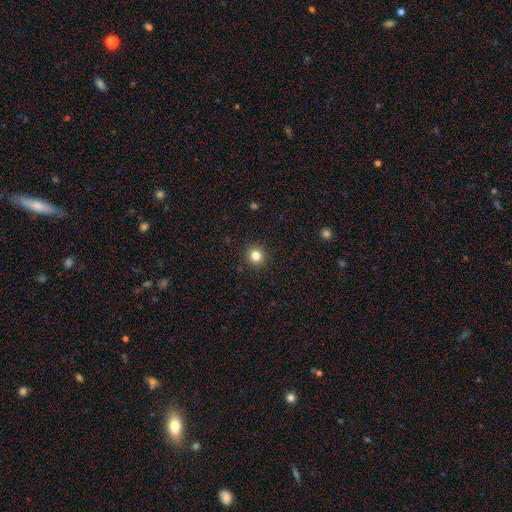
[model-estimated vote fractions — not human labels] Smooth or featured? Predicted: smooth (p=0.82). How rounded? Predicted: round (p=0.92). Merging? Predicted: none (p=0.92).